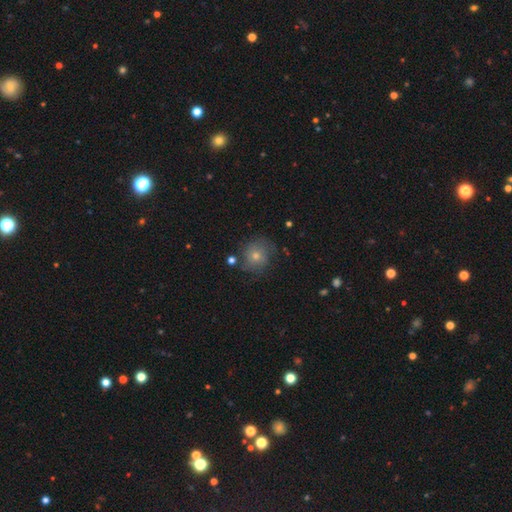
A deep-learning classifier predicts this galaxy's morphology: Smooth or featured?
  - smooth: 51% *
  - featured or disk: 28%
  - star or artifact: 21%
How rounded?
  - round: 84% *
  - in between: 15%
  - cigar-shaped: 1%
Merging?
  - none: 74% *
  - minor disturbance: 16%
  - major disturbance: 6%
  - merger: 3%